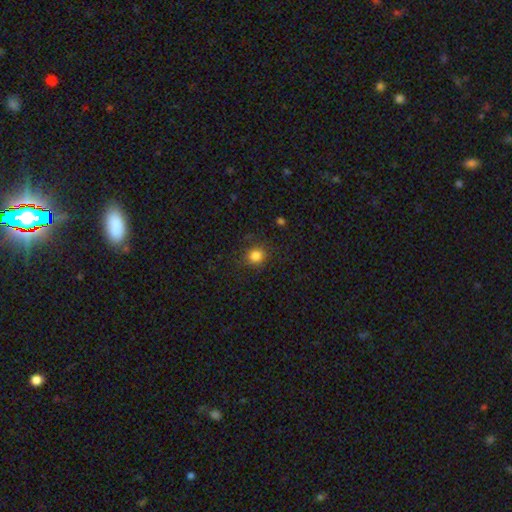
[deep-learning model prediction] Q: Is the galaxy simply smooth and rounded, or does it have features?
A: smooth — 83%.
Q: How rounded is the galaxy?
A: round — 89%.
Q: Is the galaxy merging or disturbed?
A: none — 85%.